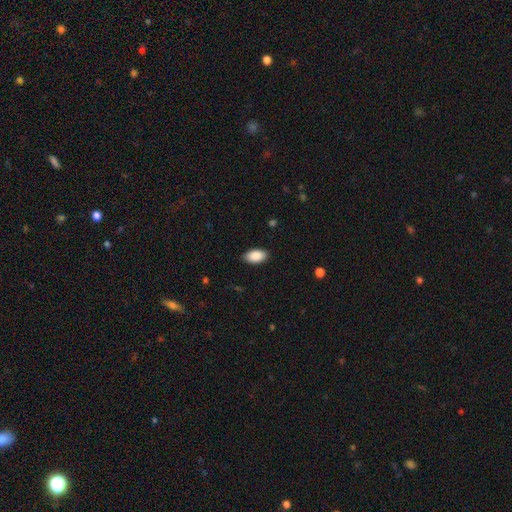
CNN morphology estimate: A smooth galaxy with no disk features (89%) that is in between round and cigar-shaped (95%).

Vote fractions:
- Smooth or featured? smooth: 89% / star or artifact: 7% / featured or disk: 4%
- How rounded? in between: 95% / round: 3% / cigar-shaped: 2%
- Merging? none: 88% / minor disturbance: 9% / major disturbance: 2% / merger: 1%